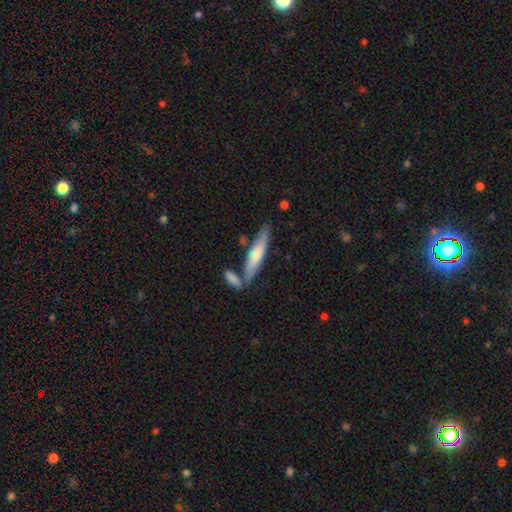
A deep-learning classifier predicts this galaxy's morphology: This appears to be a smooth galaxy with no disk features (47%). Merging: none (67%).